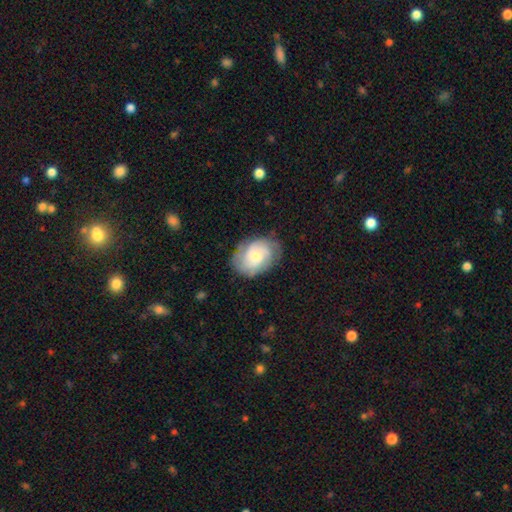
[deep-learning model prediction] Q: Smooth or featured?
A: featured or disk (52%); runner-up: smooth (41%)
Q: Edge-on disk?
A: no (97%); runner-up: yes (3%)
Q: Bar?
A: no (72%); runner-up: weak (25%)
Q: Spiral arms?
A: yes (84%); runner-up: no (16%)
Q: Bulge size?
A: small (44%); runner-up: moderate (42%)
Q: Merging?
A: none (71%); runner-up: minor disturbance (21%)